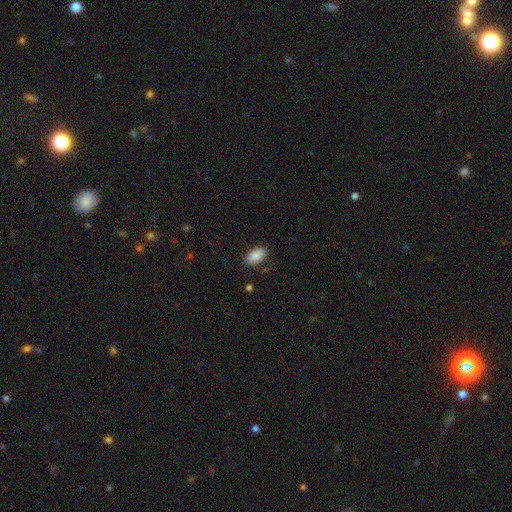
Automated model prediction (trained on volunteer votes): smooth 88%, star or artifact 7%, featured or disk 5%. Down the decision tree: how rounded — in between (94%); merging — none (83%).